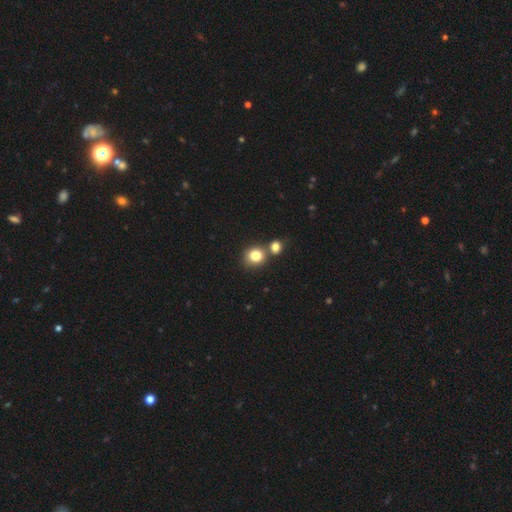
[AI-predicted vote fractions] Smooth or featured? Predicted: smooth (p=0.82). How rounded? Predicted: round (p=0.80). Merging? Predicted: none (p=0.57).